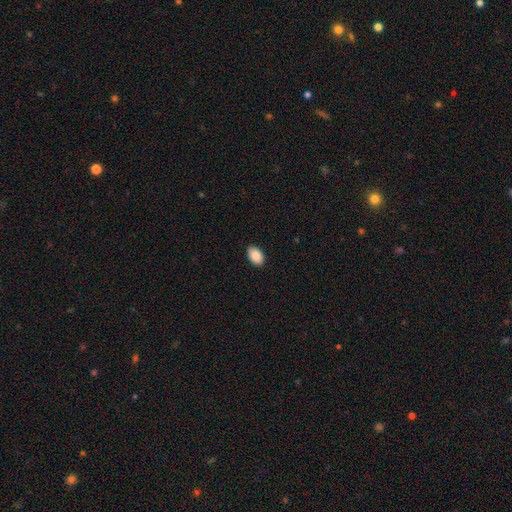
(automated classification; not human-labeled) smooth-or-featured: smooth: 89% | star or artifact: 7% | featured or disk: 4%
  how-rounded: in between: 92% | round: 7% | cigar-shaped: 1%
  merging: none: 89% | minor disturbance: 8% | major disturbance: 2% | merger: 1%